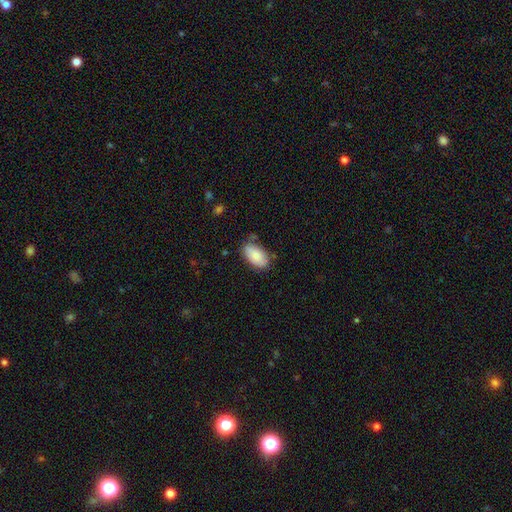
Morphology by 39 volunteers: smooth_or_featured: smooth (p=0.77) [alt: featured or disk p=0.13]
how_rounded: in between (p=0.93) [alt: round p=0.07]
merging: none (p=0.80) [alt: minor disturbance p=0.20]